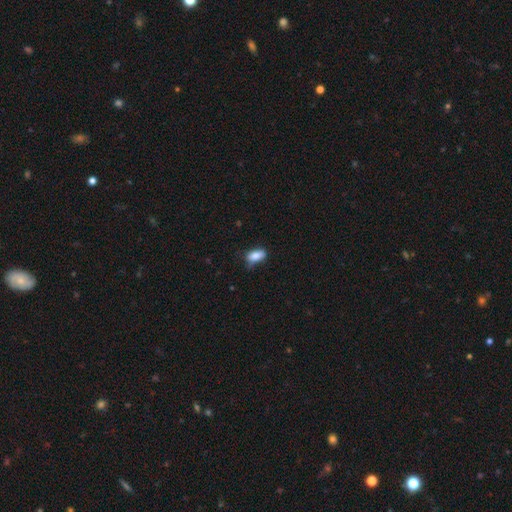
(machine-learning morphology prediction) This appears to be a smooth galaxy with no disk features (85%) that is in between round and cigar-shaped (89%). Merging: none (57%).